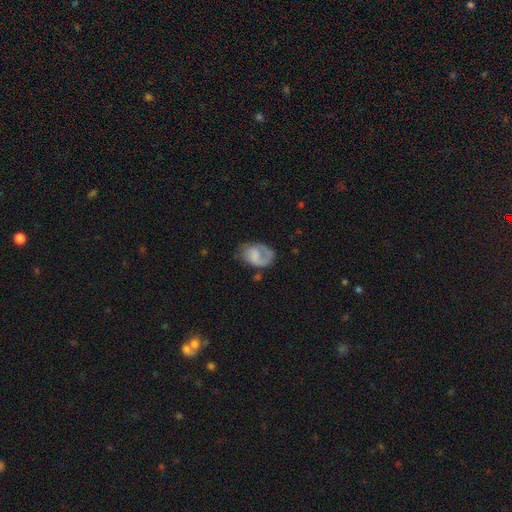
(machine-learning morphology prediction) Smooth or featured?
  - smooth: 50% *
  - featured or disk: 42%
  - star or artifact: 8%
How rounded?
  - in between: 77% *
  - round: 22%
  - cigar-shaped: 1%
Merging?
  - none: 42% *
  - major disturbance: 29%
  - minor disturbance: 27%
  - merger: 3%